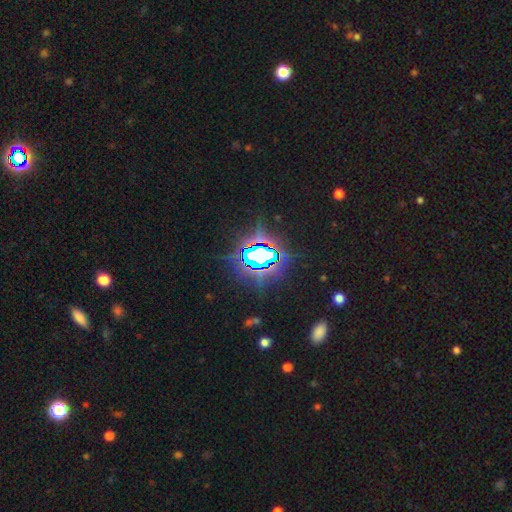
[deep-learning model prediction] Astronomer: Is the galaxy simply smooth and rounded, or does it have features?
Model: star or artifact — 81%.